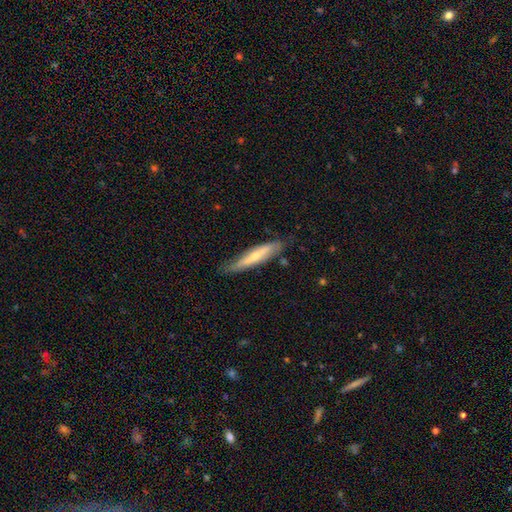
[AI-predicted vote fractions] smooth 52%, featured or disk 42%, star or artifact 6%. Down the decision tree: how rounded — cigar-shaped (86%); merging — none (74%).